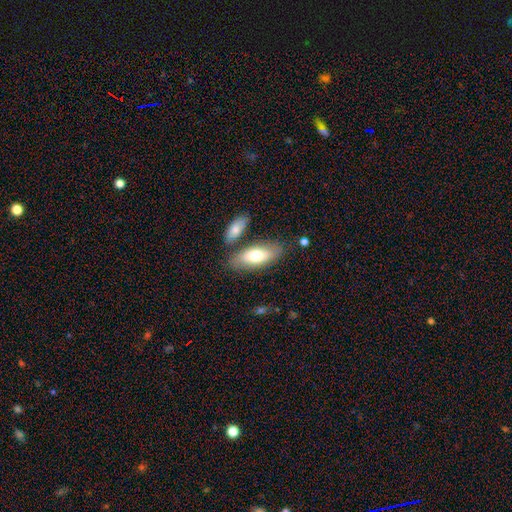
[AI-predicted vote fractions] smooth 69%, featured or disk 25%, star or artifact 6%. Down the decision tree: how rounded — in between (81%); merging — none (69%).